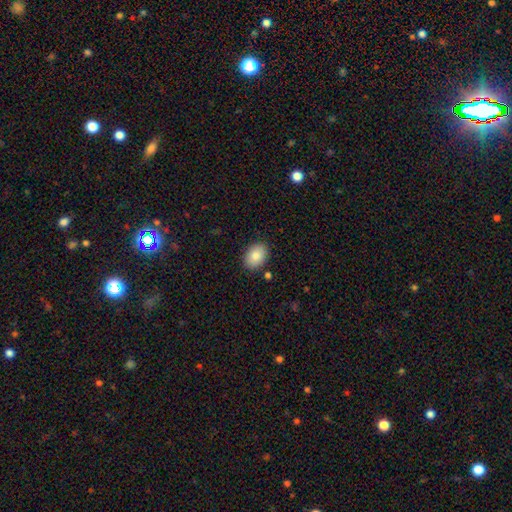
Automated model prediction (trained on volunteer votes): A smooth galaxy with no disk features (84%) that is in between round and cigar-shaped (77%).

Vote fractions:
- Smooth or featured? smooth: 84% / featured or disk: 8% / star or artifact: 7%
- How rounded? in between: 77% / round: 22% / cigar-shaped: 1%
- Merging? none: 87% / minor disturbance: 9% / major disturbance: 2% / merger: 2%